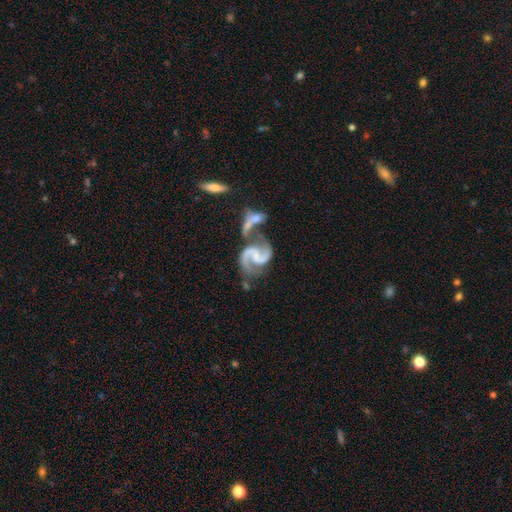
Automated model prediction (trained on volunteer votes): featured or disk 91%, smooth 5%, star or artifact 4%. Down the decision tree: edge-on disk — no (98%); bar — weak (43%); spiral arms — yes (97%); spiral arm count — 2 (93%); spiral winding — medium (50%); bulge size — none (47%); merging — merger (39%).